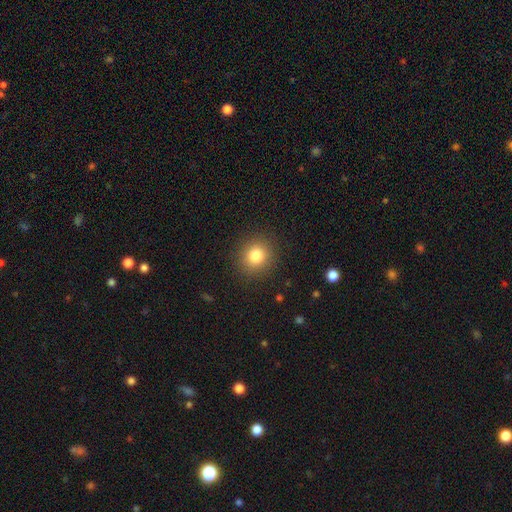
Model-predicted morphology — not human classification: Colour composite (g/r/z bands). It shows a smooth galaxy with no disk features (81%) that is round (88%). Merging: none (90%).